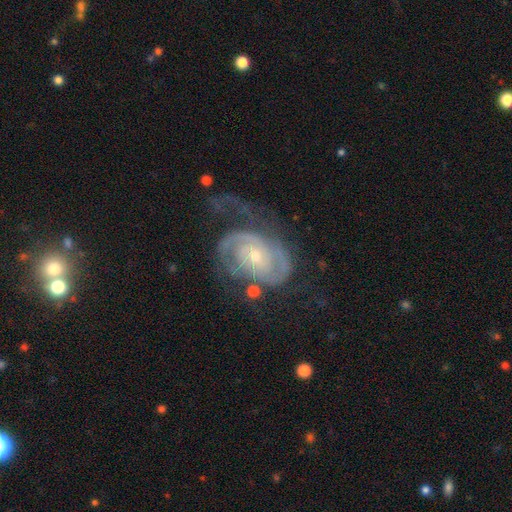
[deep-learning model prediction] This appears to be a featured or disk galaxy (89%) with no bar (66%), 2 (56%) tight (66%) spiral arms (96%) and a small central bulge (58%). Merging: none (48%).